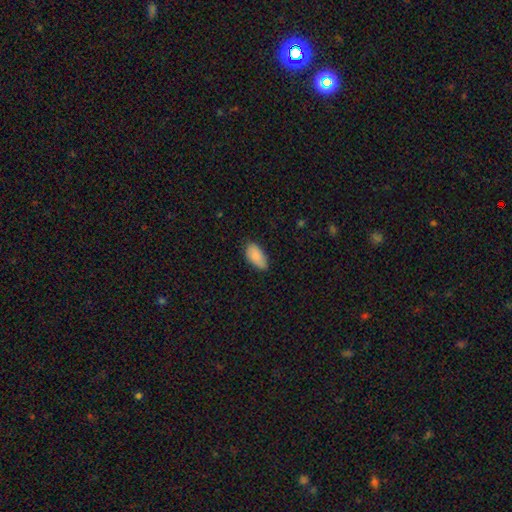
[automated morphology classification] Smooth or featured?
  - smooth: 86% *
  - featured or disk: 7%
  - star or artifact: 6%
How rounded?
  - in between: 94% *
  - cigar-shaped: 3%
  - round: 3%
Merging?
  - none: 71% *
  - minor disturbance: 24%
  - major disturbance: 3%
  - merger: 1%